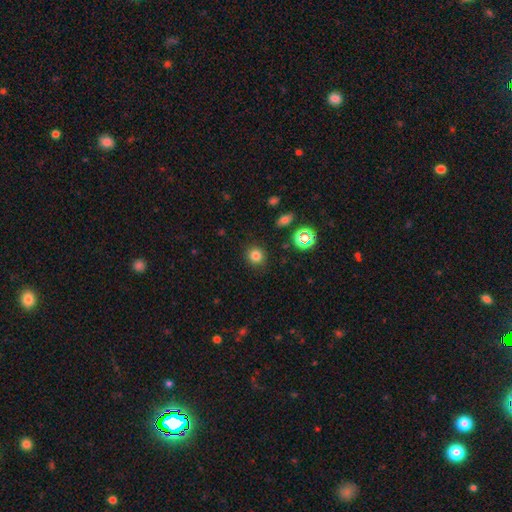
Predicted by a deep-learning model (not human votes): Smooth or featured?
  - smooth: 80% *
  - star or artifact: 15%
  - featured or disk: 6%
How rounded?
  - round: 88% *
  - in between: 11%
  - cigar-shaped: 1%
Merging?
  - none: 88% *
  - minor disturbance: 7%
  - major disturbance: 3%
  - merger: 2%